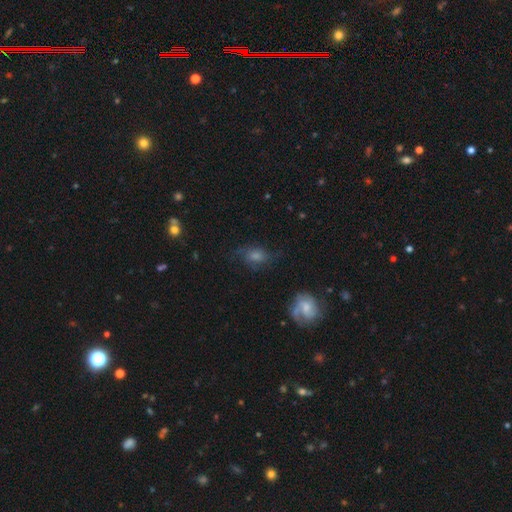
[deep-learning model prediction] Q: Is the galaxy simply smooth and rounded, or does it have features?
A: featured or disk — 48%.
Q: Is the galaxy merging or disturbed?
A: none — 63%.